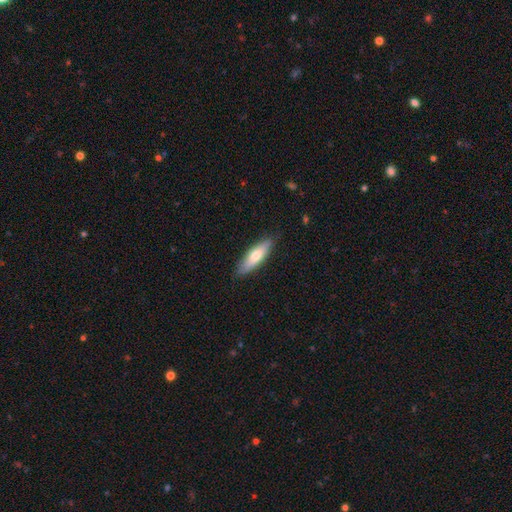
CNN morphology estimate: Smooth or featured? Predicted: smooth (p=0.67). How rounded? Predicted: cigar-shaped (p=0.56). Merging? Predicted: none (p=0.85).